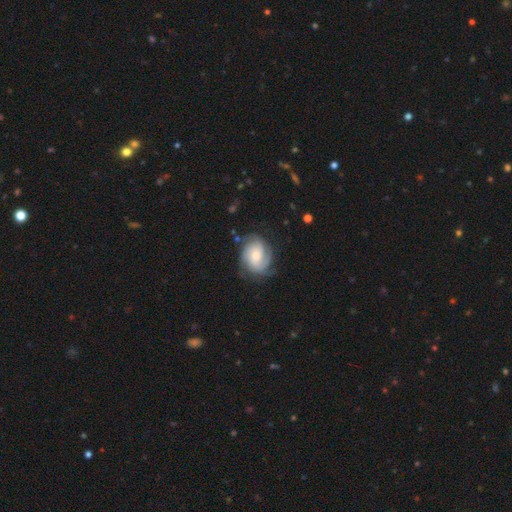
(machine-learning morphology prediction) The model was most divided on "spiral arm count": 3: 29%, can't tell: 27%, 2: 25%, 4: 8%, 1: 6%, more than 4: 5%. Remaining: edge-on disk — no (98%); spiral arms — yes (94%); smooth or featured — featured or disk (71%); merging — none (67%); bar — no (66%); spiral winding — tight (51%); bulge size — moderate (46%).